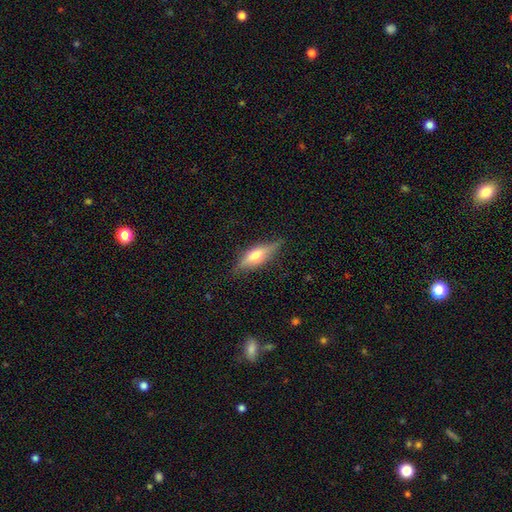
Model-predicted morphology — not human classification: The model was most divided on "smooth or featured": featured or disk: 50%, smooth: 43%, star or artifact: 7%. More confident: edge-on disk — yes (90%); merging — none (81%).